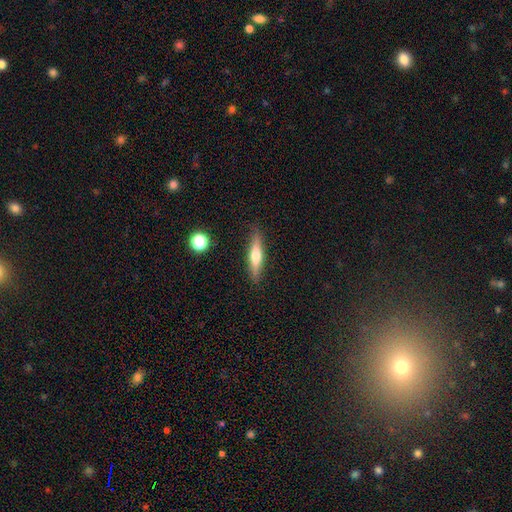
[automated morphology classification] This is possibly a smooth galaxy (51%). How rounded: clearly cigar-shaped (80%). Merging: clearly none (87%).